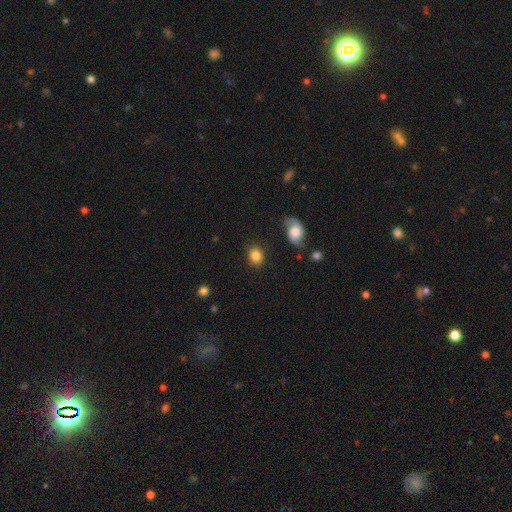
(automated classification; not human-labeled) A smooth galaxy with no disk features (83%) that is round (61%).

Vote fractions:
- Smooth or featured? smooth: 83% / star or artifact: 8% / featured or disk: 8%
- How rounded? round: 61% / in between: 38% / cigar-shaped: 1%
- Merging? none: 85% / minor disturbance: 10% / major disturbance: 3% / merger: 2%